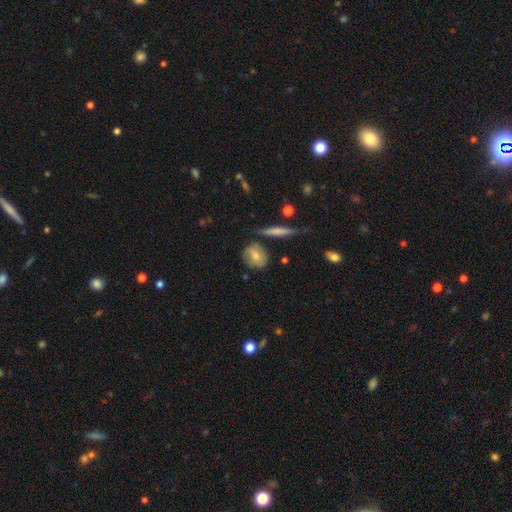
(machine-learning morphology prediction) Smooth or featured: smooth — 65% (featured or disk — 27%)
How rounded: round — 63% (in between — 32%)
Merging: none — 67% (minor disturbance — 20%)